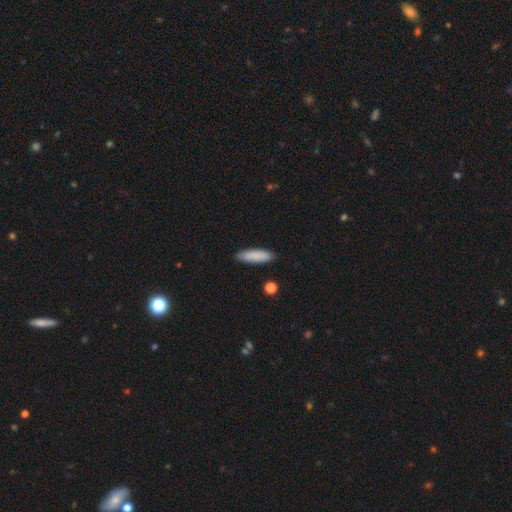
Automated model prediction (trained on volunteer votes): Smooth or featured?
  - smooth: 86% *
  - featured or disk: 8%
  - star or artifact: 6%
How rounded?
  - cigar-shaped: 56% *
  - in between: 43%
  - round: 2%
Merging?
  - none: 87% *
  - minor disturbance: 9%
  - major disturbance: 2%
  - merger: 2%